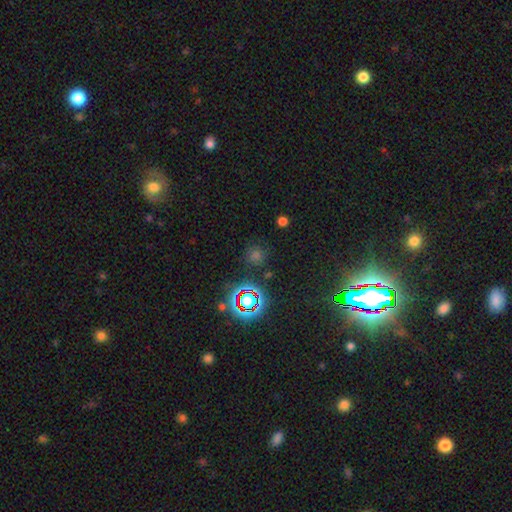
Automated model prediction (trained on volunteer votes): This is possibly a star or artifact rather than a galaxy (49%).